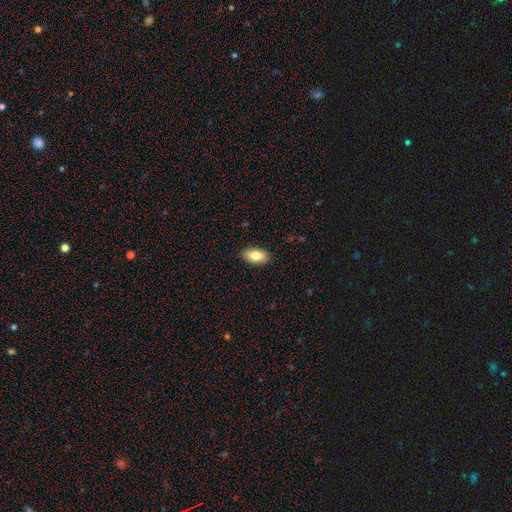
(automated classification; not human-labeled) Q: Smooth or featured?
A: smooth (82%); runner-up: featured or disk (11%)
Q: How rounded?
A: in between (92%); runner-up: round (4%)
Q: Merging?
A: none (89%); runner-up: minor disturbance (8%)